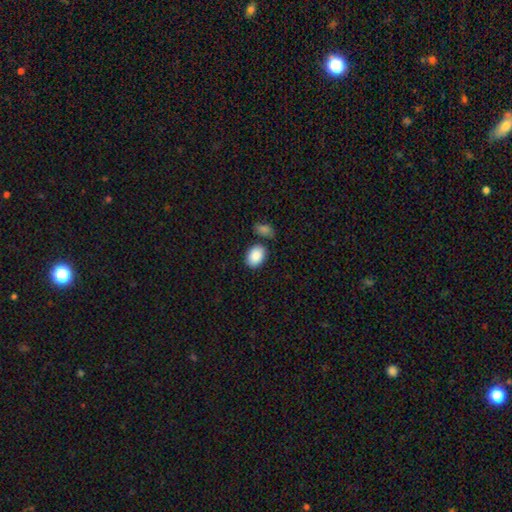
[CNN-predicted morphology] smooth_or_featured: smooth (p=0.89) [alt: star or artifact p=0.07]
how_rounded: in between (p=0.81) [alt: round p=0.18]
merging: none (p=0.73) [alt: minor disturbance p=0.14]